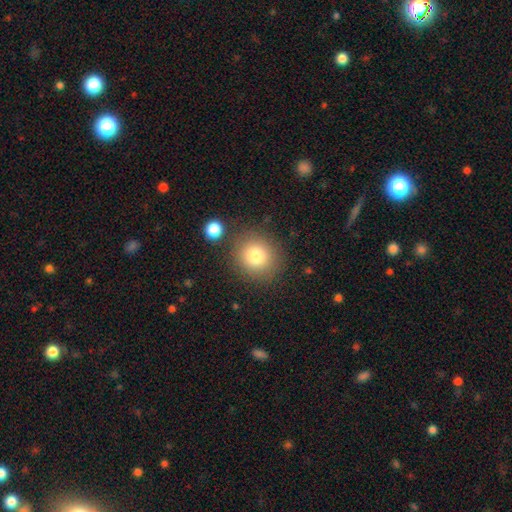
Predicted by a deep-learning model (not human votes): A smooth galaxy with no disk features (80%) that is round (86%). Merging: none (81%).